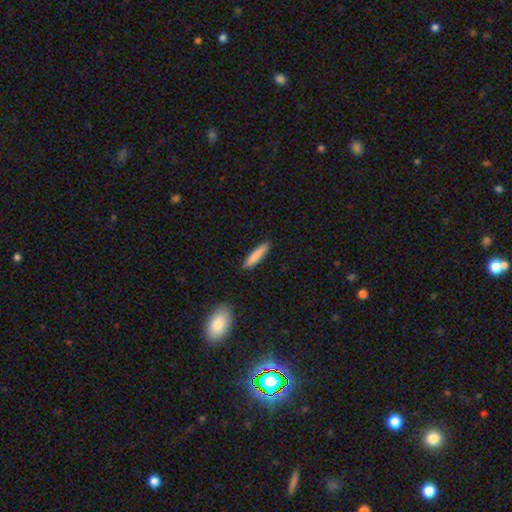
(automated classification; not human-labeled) A smooth galaxy with no disk features (83%) that is cigar-shaped (86%). Merging: none (89%).